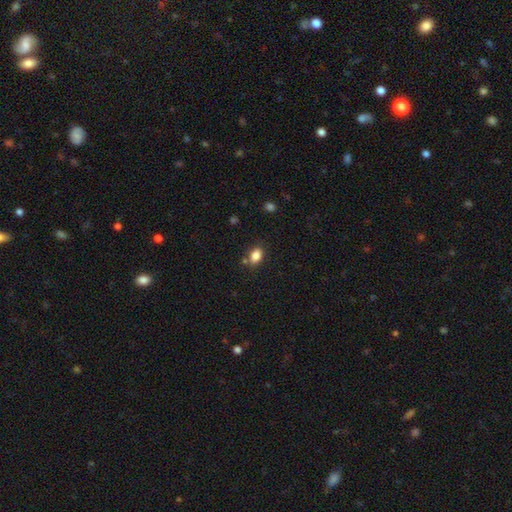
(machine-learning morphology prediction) A smooth galaxy with no disk features (85%) that is in between round and cigar-shaped (80%). Merging: none (75%).